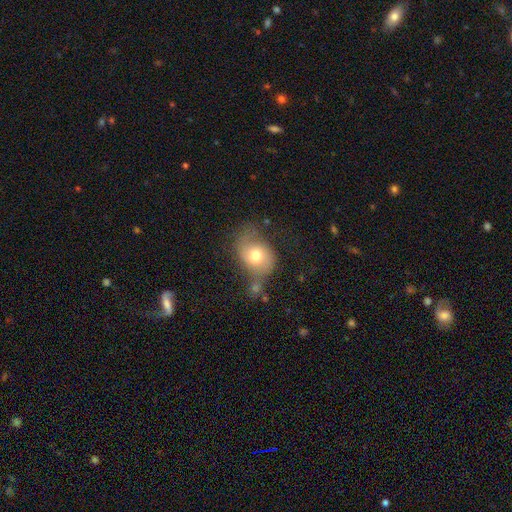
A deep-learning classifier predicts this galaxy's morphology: This appears to be a smooth galaxy with no disk features (55%) that is in between round and cigar-shaped (57%). Merging: none (43%).